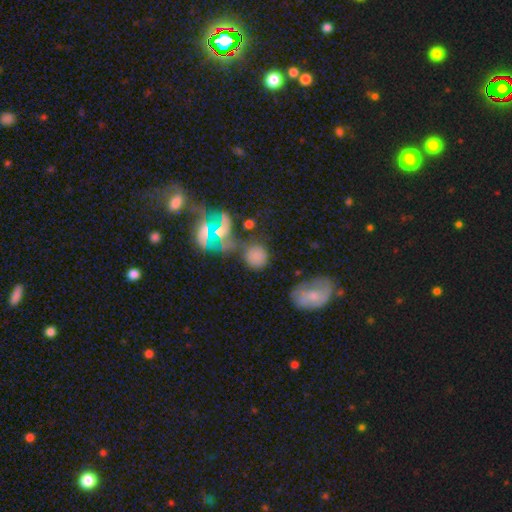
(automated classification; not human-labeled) Smooth or featured? Predicted: smooth (p=0.63). How rounded? Predicted: round (p=0.82). Merging? Predicted: none (p=0.47).